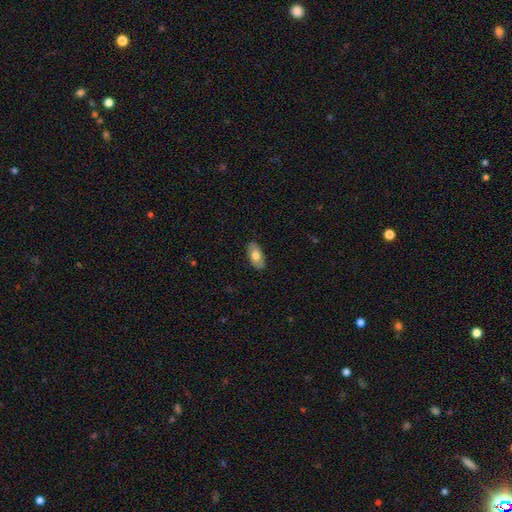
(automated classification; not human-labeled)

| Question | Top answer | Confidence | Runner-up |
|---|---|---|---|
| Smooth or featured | smooth | 71% | featured or disk (23%) |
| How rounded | in between | 94% | round (3%) |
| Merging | none | 86% | minor disturbance (11%) |